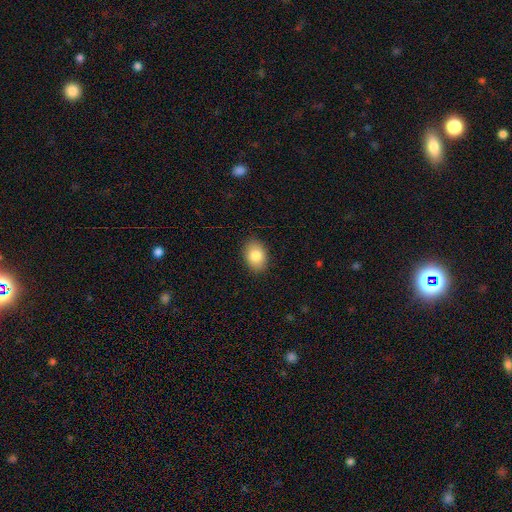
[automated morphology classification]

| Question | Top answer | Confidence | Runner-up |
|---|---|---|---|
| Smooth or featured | smooth | 84% | featured or disk (8%) |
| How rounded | in between | 78% | round (21%) |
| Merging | none | 88% | minor disturbance (9%) |